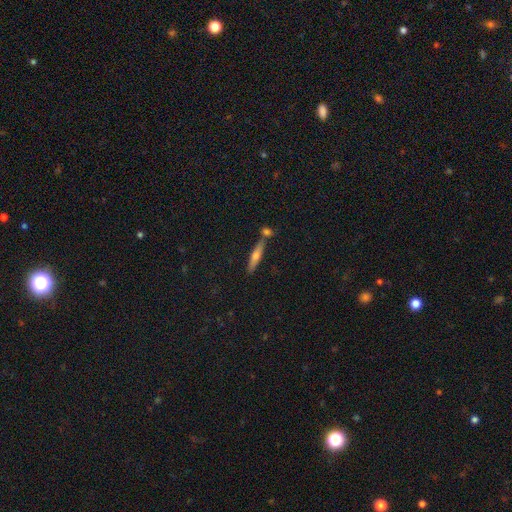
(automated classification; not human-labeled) A smooth galaxy with no disk features (52%) that is cigar-shaped (87%). Merging: none (71%).